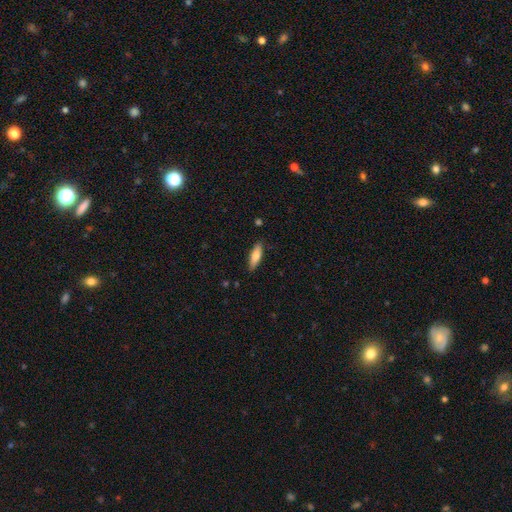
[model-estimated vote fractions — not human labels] Smooth or featured: smooth — 72% (featured or disk — 22%)
How rounded: cigar-shaped — 52% (in between — 46%)
Merging: none — 87% (minor disturbance — 10%)